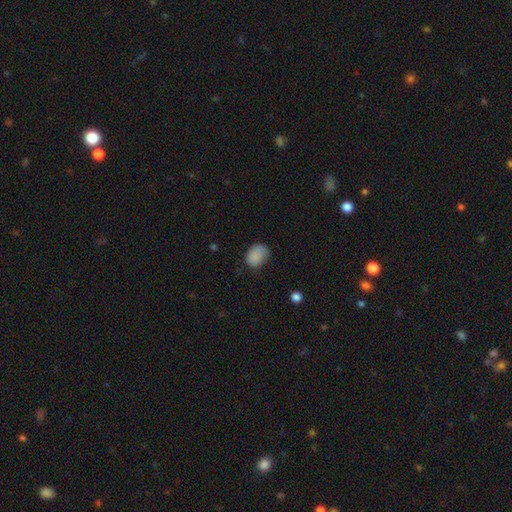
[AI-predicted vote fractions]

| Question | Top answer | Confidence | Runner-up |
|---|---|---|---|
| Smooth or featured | smooth | 86% | star or artifact (9%) |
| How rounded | in between | 70% | round (29%) |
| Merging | none | 60% | minor disturbance (31%) |